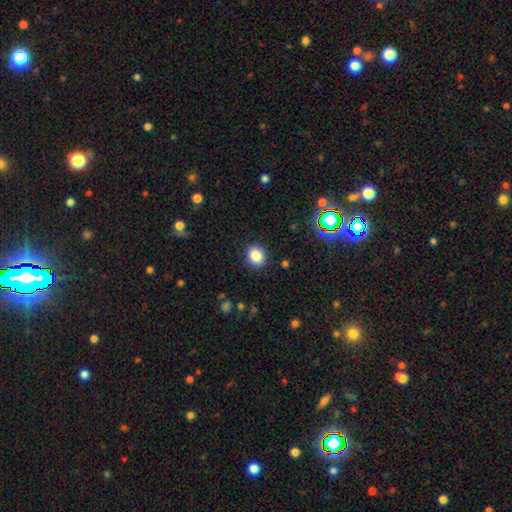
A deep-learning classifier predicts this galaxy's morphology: smooth_or_featured: smooth (p=0.86) [alt: star or artifact p=0.10]
how_rounded: round (p=0.63) [alt: in between p=0.36]
merging: none (p=0.89) [alt: minor disturbance p=0.08]